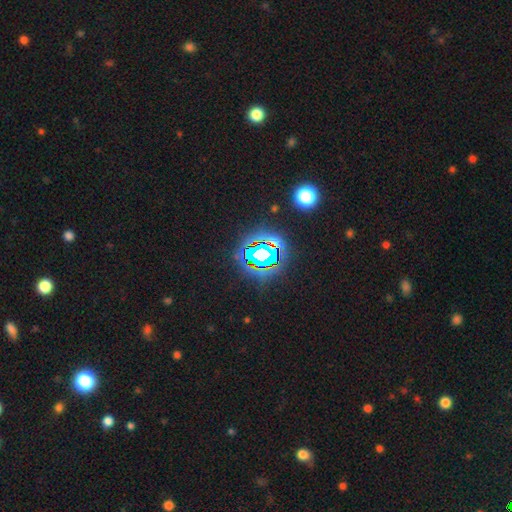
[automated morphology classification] Overall: star or artifact (84%).